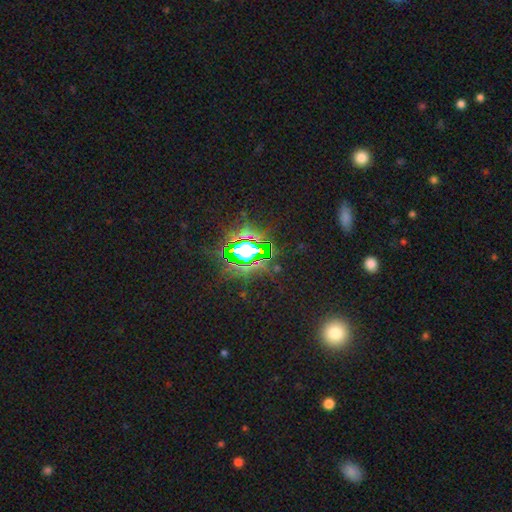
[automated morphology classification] Smooth or featured: star or artifact — 81% (smooth — 11%)